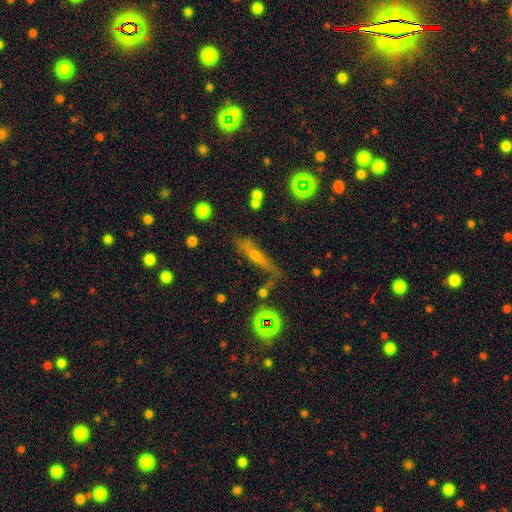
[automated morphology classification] Smooth or featured?
  - featured or disk: 48% *
  - smooth: 38%
  - star or artifact: 14%
Merging?
  - none: 64% *
  - minor disturbance: 20%
  - major disturbance: 8%
  - merger: 8%